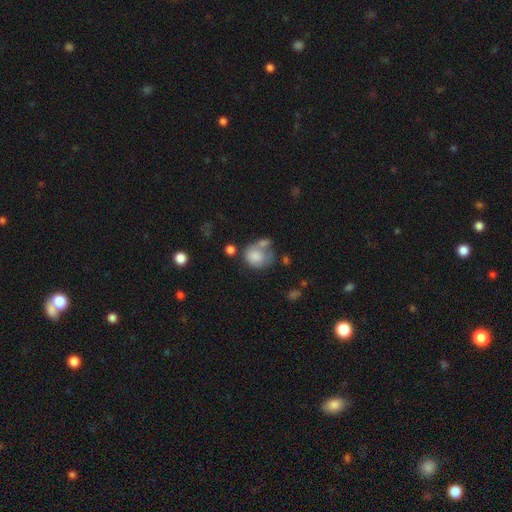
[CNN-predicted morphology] A smooth galaxy with no disk features (76%) that is round (58%). Merging: merger (36%).